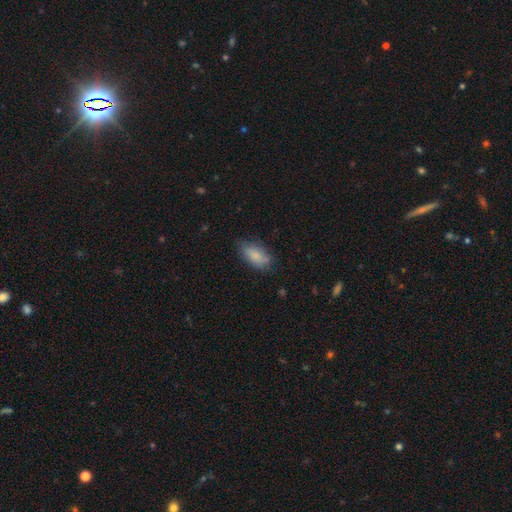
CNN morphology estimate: A smooth galaxy with no disk features (83%) that is in between round and cigar-shaped (88%).

Vote fractions:
- Smooth or featured? smooth: 83% / featured or disk: 10% / star or artifact: 7%
- How rounded? in between: 88% / cigar-shaped: 9% / round: 3%
- Merging? none: 70% / minor disturbance: 23% / major disturbance: 5% / merger: 2%